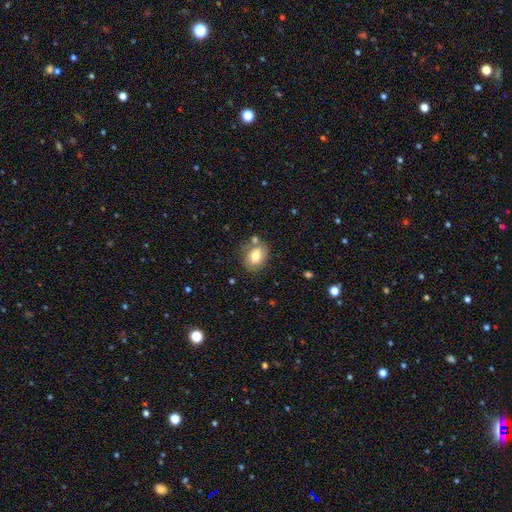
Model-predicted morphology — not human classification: This appears to be a smooth galaxy with no disk features (78%) that is in between round and cigar-shaped (62%). Merging: none (71%).